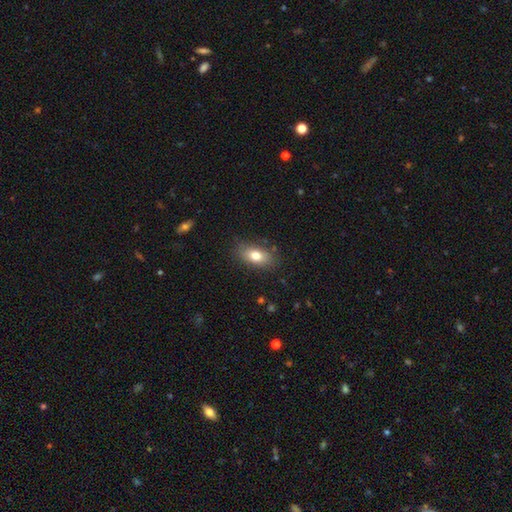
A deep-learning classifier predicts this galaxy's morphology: A smooth galaxy with no disk features (78%) that is in between round and cigar-shaped (87%).

Vote fractions:
- Smooth or featured? smooth: 78% / featured or disk: 14% / star or artifact: 8%
- How rounded? in between: 87% / round: 8% / cigar-shaped: 5%
- Merging? none: 82% / minor disturbance: 13% / major disturbance: 3% / merger: 1%